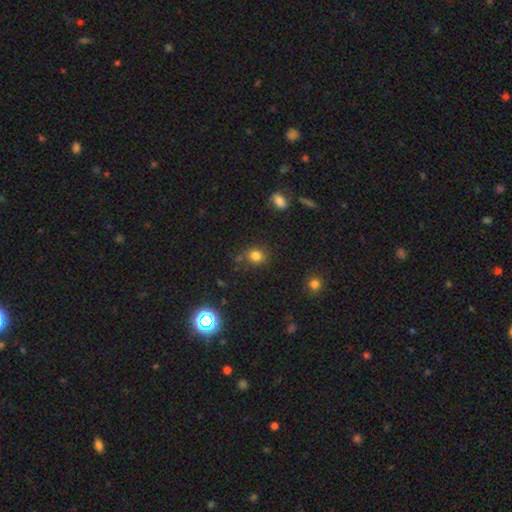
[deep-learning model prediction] This appears to be a smooth galaxy with no disk features (79%) that is round (79%). Merging: none (75%).